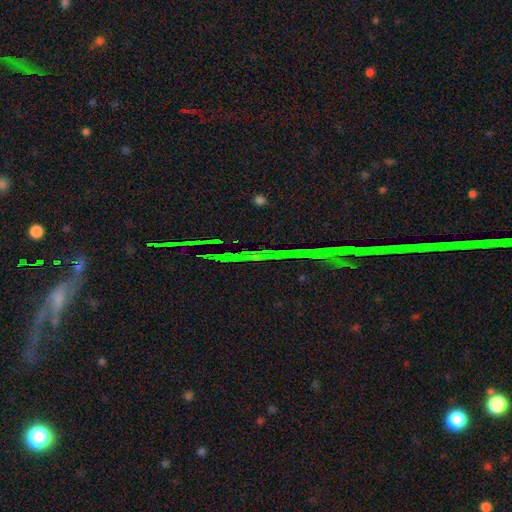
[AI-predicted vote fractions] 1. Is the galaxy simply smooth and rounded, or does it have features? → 77% star or artifact, 14% featured or disk, 9% smooth.